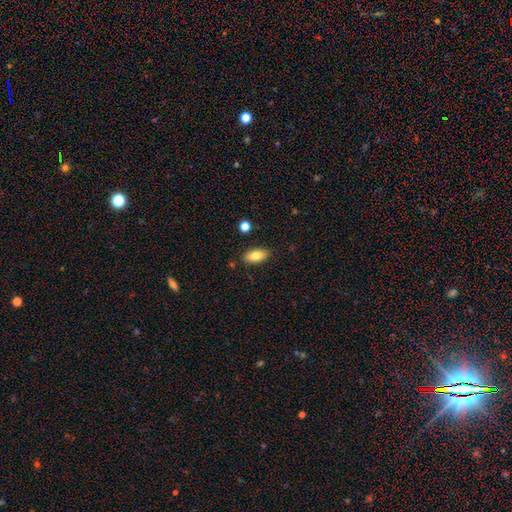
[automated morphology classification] Smooth or featured?
  - smooth: 81% *
  - featured or disk: 11%
  - star or artifact: 7%
How rounded?
  - in between: 89% *
  - cigar-shaped: 8%
  - round: 3%
Merging?
  - none: 85% *
  - minor disturbance: 10%
  - merger: 2%
  - major disturbance: 2%